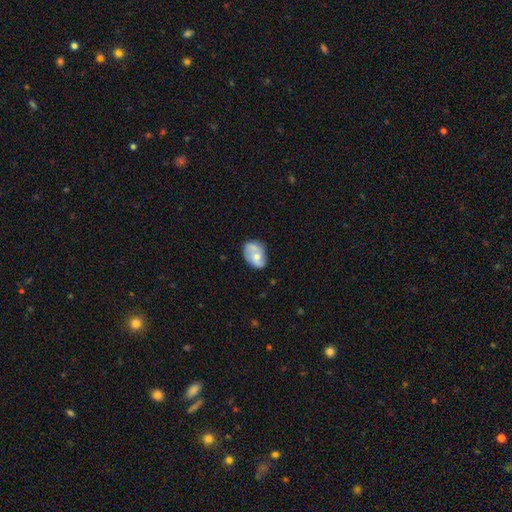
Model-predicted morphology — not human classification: A featured or disk galaxy (50%).

Vote fractions:
- Smooth or featured? featured or disk: 50% / smooth: 43% / star or artifact: 7%
- Edge-on disk? no: 97% / yes: 3%
- Merging? none: 56% / minor disturbance: 28% / major disturbance: 9% / merger: 6%